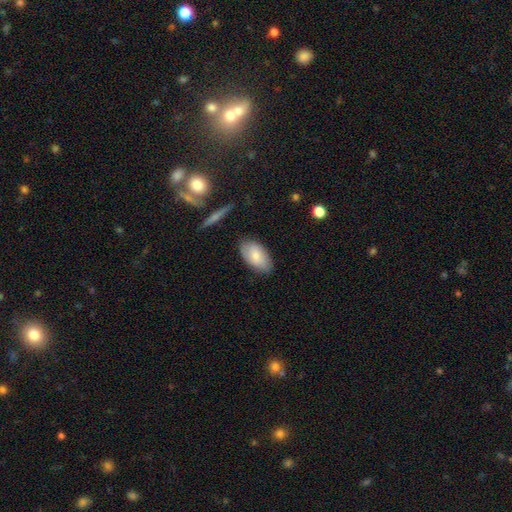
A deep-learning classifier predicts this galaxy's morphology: smooth_or_featured: smooth (p=0.73) [alt: featured or disk p=0.21]
how_rounded: in between (p=0.94) [alt: round p=0.04]
merging: none (p=0.79) [alt: minor disturbance p=0.16]